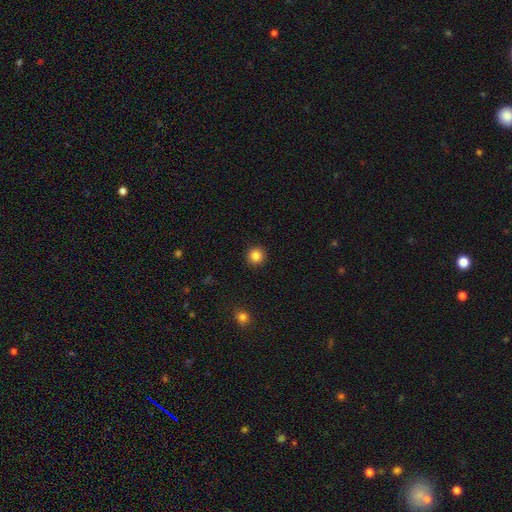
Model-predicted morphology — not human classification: smooth 85%, star or artifact 11%, featured or disk 4%. Down the decision tree: how rounded — round (95%); merging — none (93%).